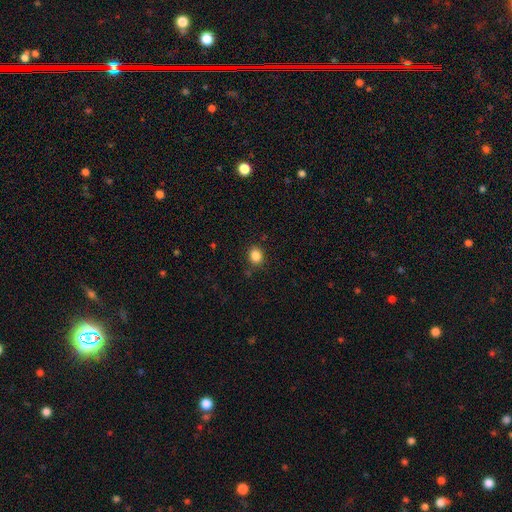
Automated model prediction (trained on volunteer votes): Smooth or featured: smooth — 85% (star or artifact — 11%)
How rounded: round — 62% (in between — 37%)
Merging: none — 85% (minor disturbance — 10%)